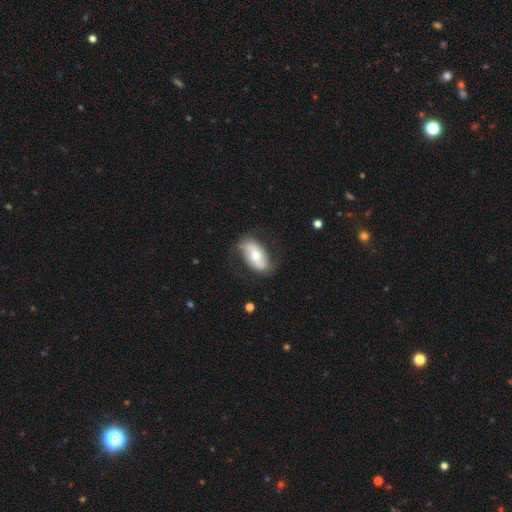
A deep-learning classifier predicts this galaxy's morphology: type=smooth (47%); merging=none (73%).